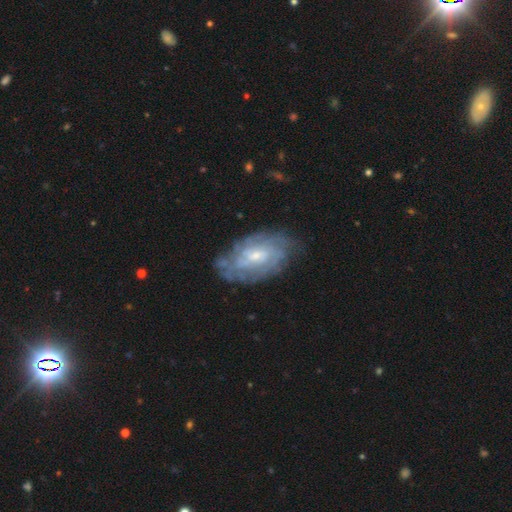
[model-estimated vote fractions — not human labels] The model was most divided on "bar": no: 47%, weak: 45%, strong: 9%. More confident: edge-on disk — no (94%); spiral arms — yes (84%); smooth or featured — featured or disk (76%); merging — none (72%); spiral winding — tight (66%); spiral arm count — can't tell (59%); bulge size — small (57%).